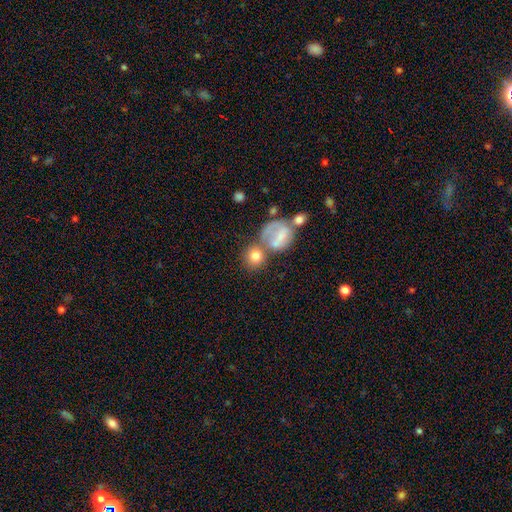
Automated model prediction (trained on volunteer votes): This is likely a smooth galaxy (74%). How rounded: likely round (80%). Merging: marginally none (44%).